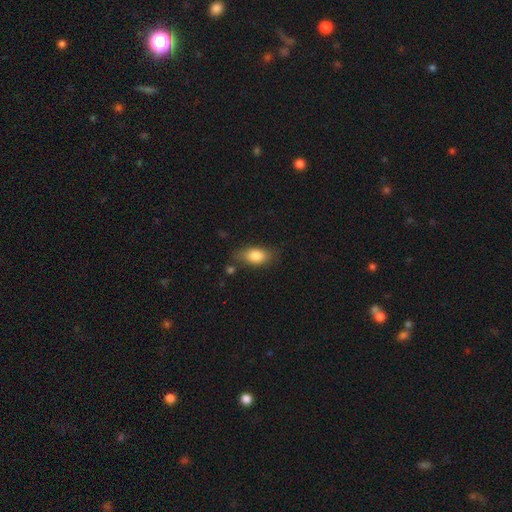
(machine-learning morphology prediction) smooth 82%, featured or disk 11%, star or artifact 7%. Down the decision tree: how rounded — in between (87%); merging — none (71%).